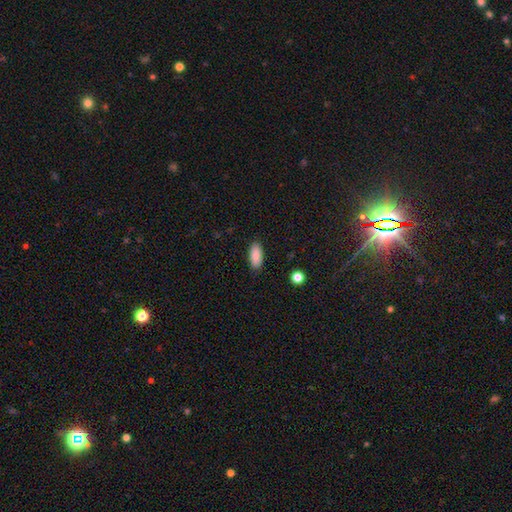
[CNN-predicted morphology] smooth 87%, star or artifact 7%, featured or disk 6%. Down the decision tree: how rounded — in between (88%); merging — none (88%).